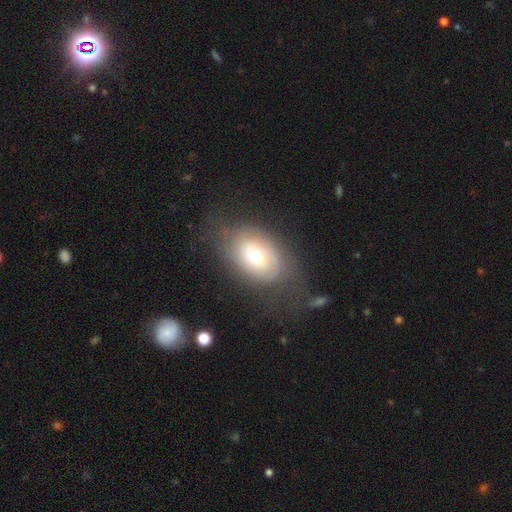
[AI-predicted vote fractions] smooth 57%, featured or disk 34%, star or artifact 9%. Down the decision tree: how rounded — in between (79%); merging — none (61%).